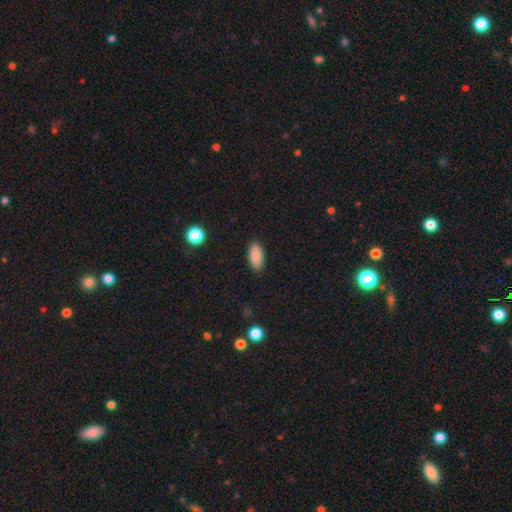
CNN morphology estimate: Smooth or featured?
  - smooth: 89% *
  - star or artifact: 7%
  - featured or disk: 4%
How rounded?
  - in between: 91% *
  - cigar-shaped: 7%
  - round: 2%
Merging?
  - none: 87% *
  - minor disturbance: 9%
  - major disturbance: 2%
  - merger: 1%